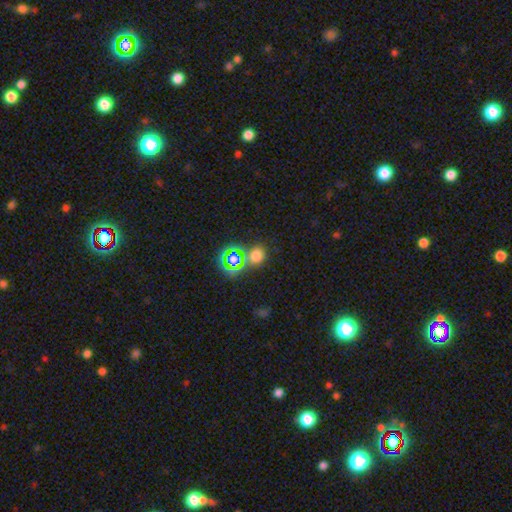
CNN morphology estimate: smooth_or_featured: smooth (p=0.63) [alt: star or artifact p=0.30]
how_rounded: round (p=0.73) [alt: in between p=0.26]
merging: none (p=0.66) [alt: merger p=0.17]